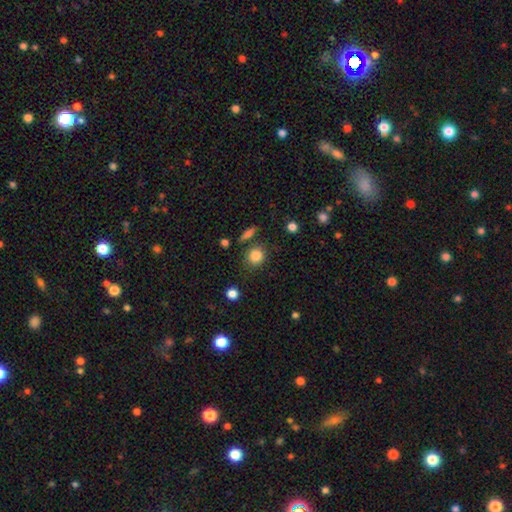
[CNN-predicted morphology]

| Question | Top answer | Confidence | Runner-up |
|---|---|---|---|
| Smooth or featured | smooth | 84% | star or artifact (10%) |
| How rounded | round | 81% | in between (18%) |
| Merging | none | 79% | minor disturbance (11%) |